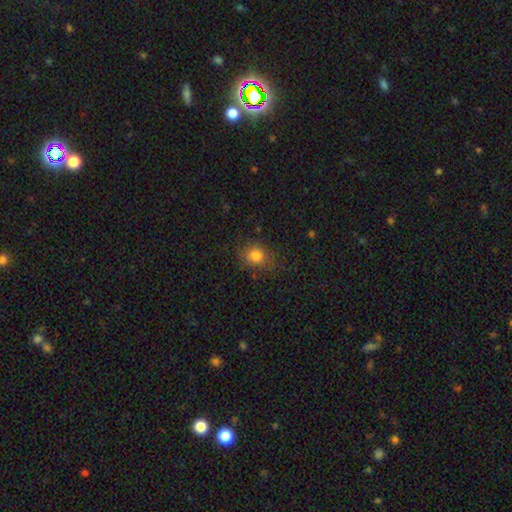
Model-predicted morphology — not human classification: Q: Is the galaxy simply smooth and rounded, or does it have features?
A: smooth — 80%.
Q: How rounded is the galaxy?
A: round — 70%.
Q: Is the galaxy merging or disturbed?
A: none — 76%.